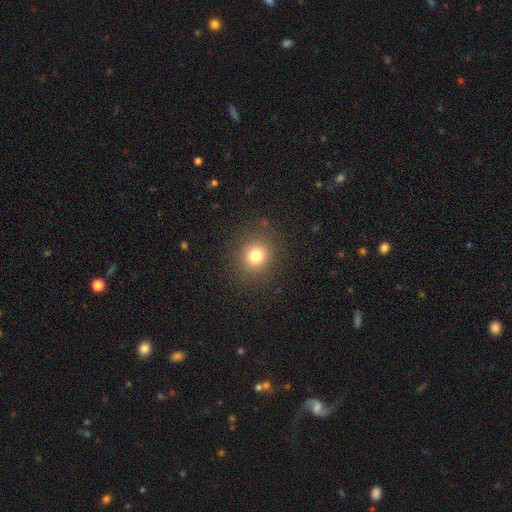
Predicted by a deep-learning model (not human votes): smooth-or-featured: smooth: 78% | star or artifact: 14% | featured or disk: 8%
  how-rounded: round: 84% | in between: 15% | cigar-shaped: 1%
  merging: none: 87% | minor disturbance: 8% | major disturbance: 4% | merger: 1%